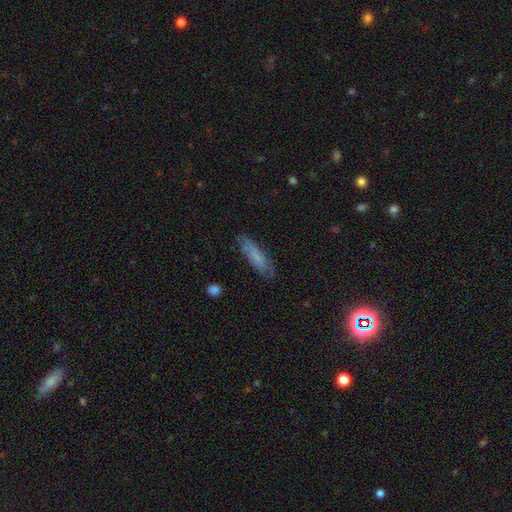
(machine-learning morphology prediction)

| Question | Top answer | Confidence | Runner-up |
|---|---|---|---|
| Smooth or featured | smooth | 68% | featured or disk (24%) |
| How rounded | cigar-shaped | 64% | in between (34%) |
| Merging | none | 80% | minor disturbance (16%) |